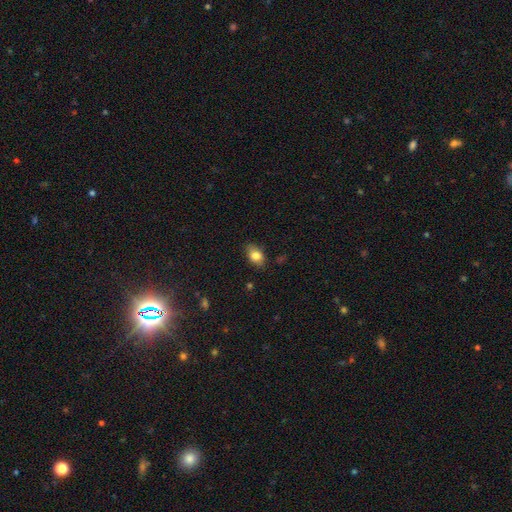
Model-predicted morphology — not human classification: Overall: smooth (81%). How rounded: in between (84%). Merging: none (80%).